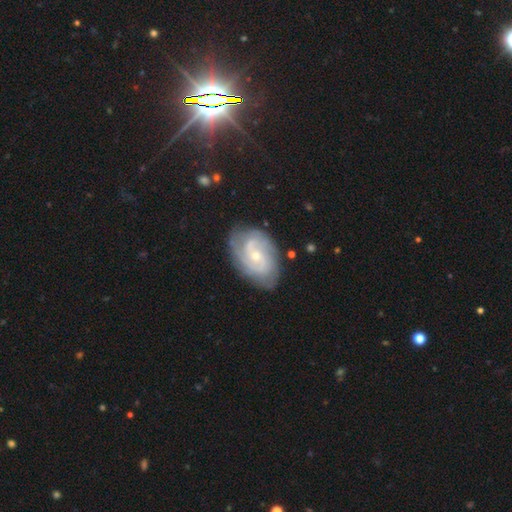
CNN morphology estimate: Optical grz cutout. It shows a featured or disk galaxy (81%) with no bar (63%), 2 (37%) tight (53%) spiral arms (93%) and a small central bulge (65%). Merging: none (76%).